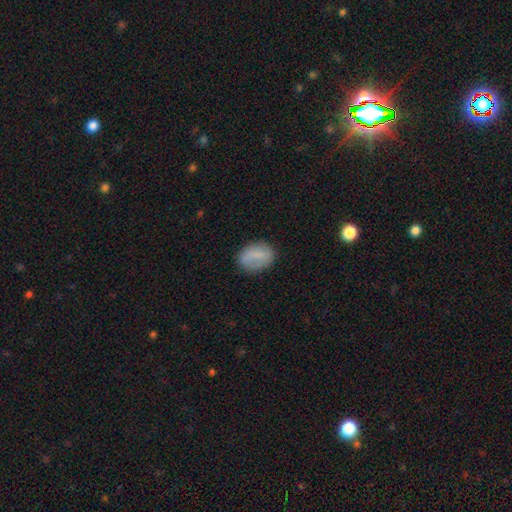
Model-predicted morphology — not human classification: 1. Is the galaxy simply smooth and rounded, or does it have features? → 75% smooth, 17% featured or disk, 8% star or artifact.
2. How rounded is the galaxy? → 71% in between, 27% round, 2% cigar-shaped.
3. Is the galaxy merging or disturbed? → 78% none, 15% minor disturbance, 5% major disturbance, 1% merger.